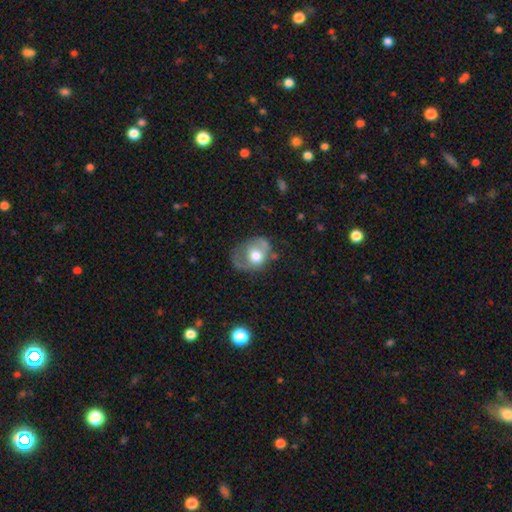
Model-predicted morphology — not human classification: Overall: smooth (58%; featured or disk 34%). How rounded: round (52%; in between 47%). Merging: none (35%; minor disturbance 31%).